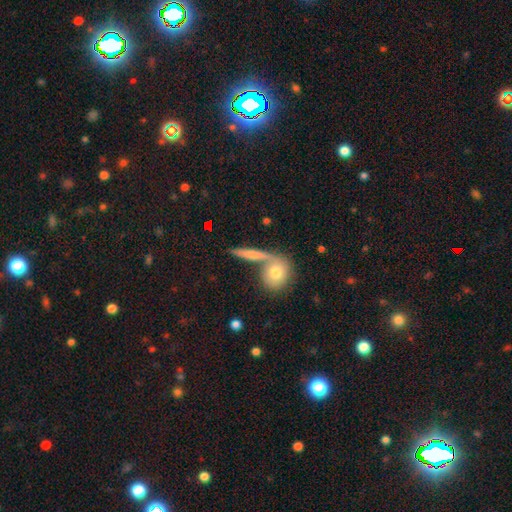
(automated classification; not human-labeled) Overall: smooth (46%; featured or disk 40%). Merging: none (60%; merger 26%).